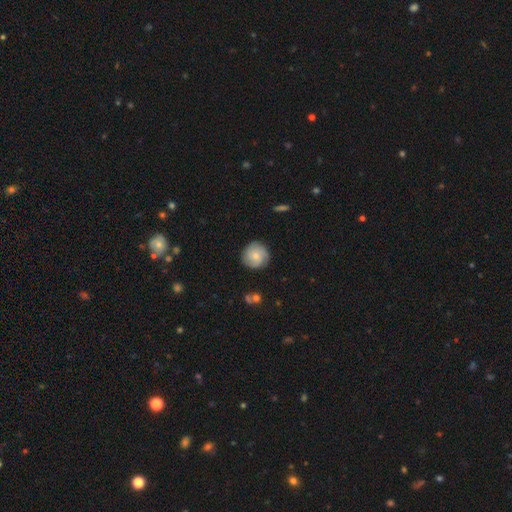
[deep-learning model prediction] Q: Smooth or featured?
A: smooth (52%); runner-up: featured or disk (41%)
Q: How rounded?
A: round (93%); runner-up: in between (6%)
Q: Merging?
A: none (84%); runner-up: minor disturbance (12%)